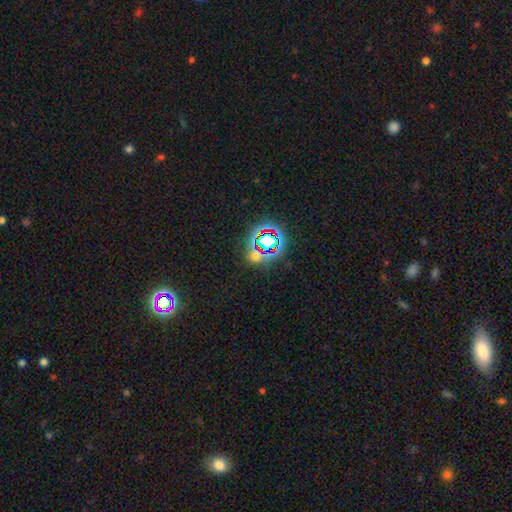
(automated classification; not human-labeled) Smooth or featured?
  - star or artifact: 61% *
  - smooth: 29%
  - featured or disk: 11%